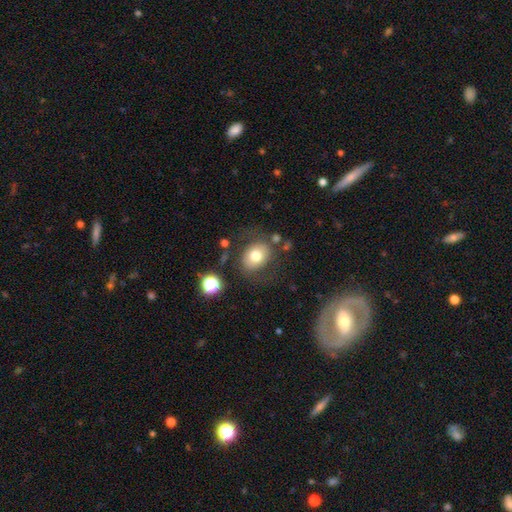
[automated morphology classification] Overall: smooth (72%). How rounded: in between (51%; round 48%). Merging: none (70%).